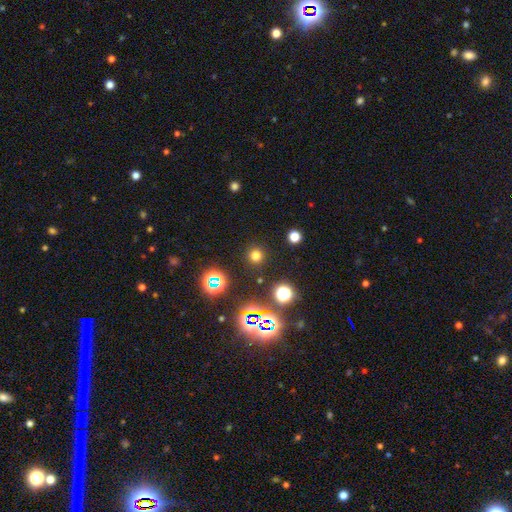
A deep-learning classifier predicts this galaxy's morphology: type=smooth (70%); roundness=round (95%); merging=none (90%).